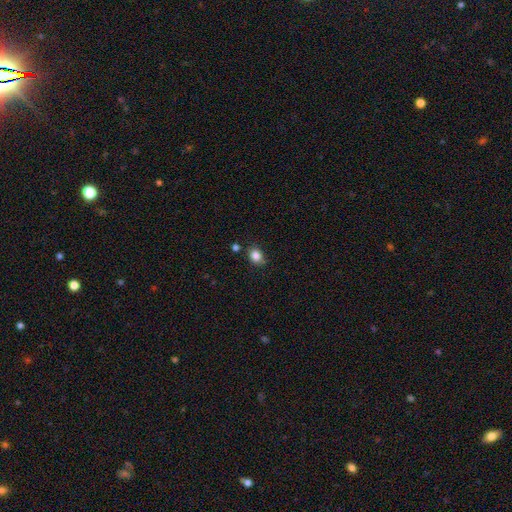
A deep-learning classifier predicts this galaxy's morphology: Smooth or featured: smooth — 84% (star or artifact — 11%)
How rounded: round — 59% (in between — 40%)
Merging: none — 78% (minor disturbance — 14%)